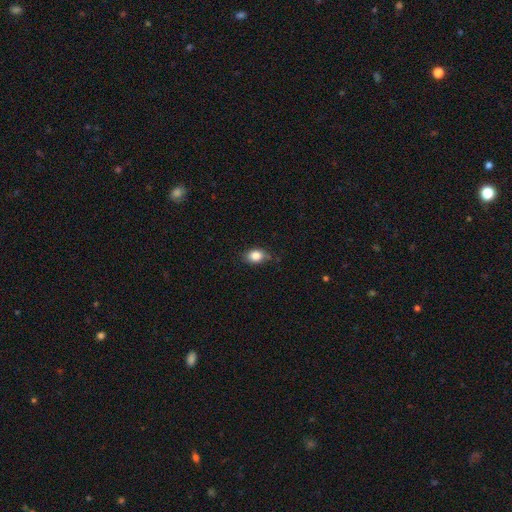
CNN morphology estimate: Smooth or featured? Predicted: smooth (p=0.84). How rounded? Predicted: in between (p=0.72). Merging? Predicted: none (p=0.74).